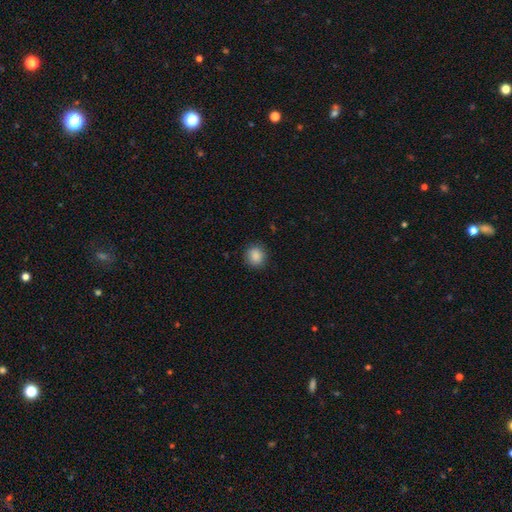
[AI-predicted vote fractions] This is clearly a smooth galaxy (88%). How rounded: clearly round (86%). Merging: clearly none (88%).